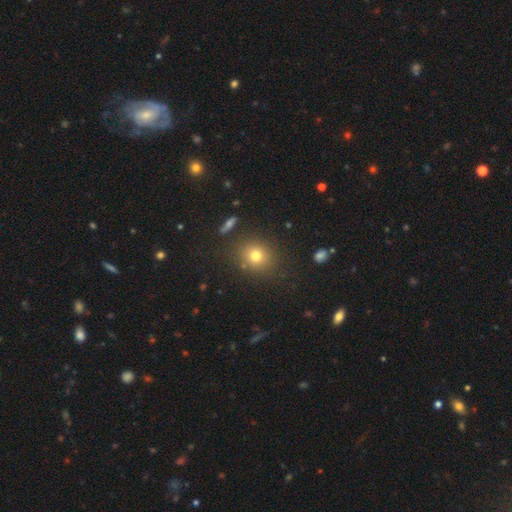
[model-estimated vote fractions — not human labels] Smooth or featured?
  - smooth: 75% *
  - star or artifact: 15%
  - featured or disk: 10%
How rounded?
  - round: 76% *
  - in between: 23%
  - cigar-shaped: 1%
Merging?
  - none: 83% *
  - minor disturbance: 10%
  - major disturbance: 4%
  - merger: 3%